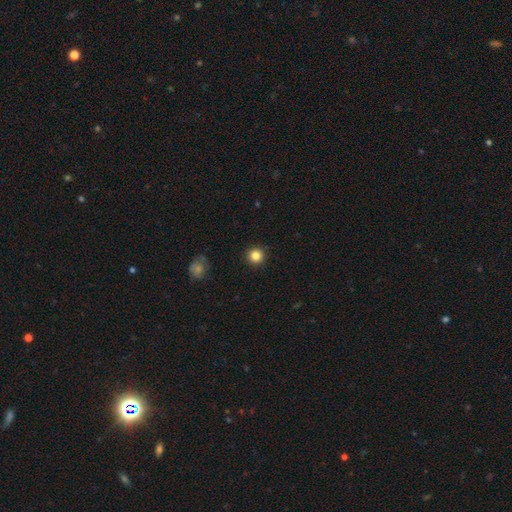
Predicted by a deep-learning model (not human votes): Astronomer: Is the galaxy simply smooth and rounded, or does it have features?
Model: smooth — 84%.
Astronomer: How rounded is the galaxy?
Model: round — 96%.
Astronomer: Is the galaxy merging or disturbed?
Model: none — 92%.